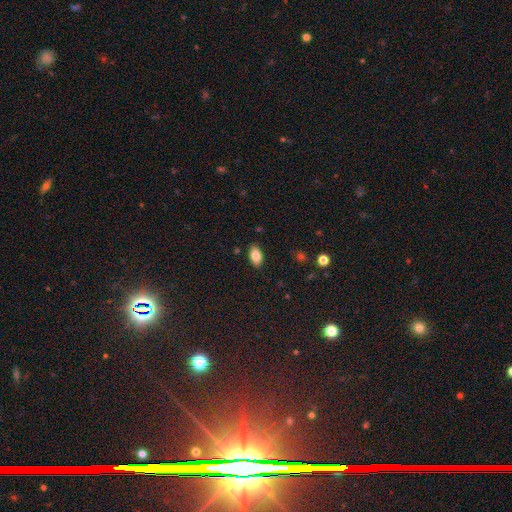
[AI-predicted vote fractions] smooth_or_featured: smooth (p=0.84) [alt: featured or disk p=0.08]
how_rounded: in between (p=0.93) [alt: round p=0.05]
merging: none (p=0.87) [alt: minor disturbance p=0.09]